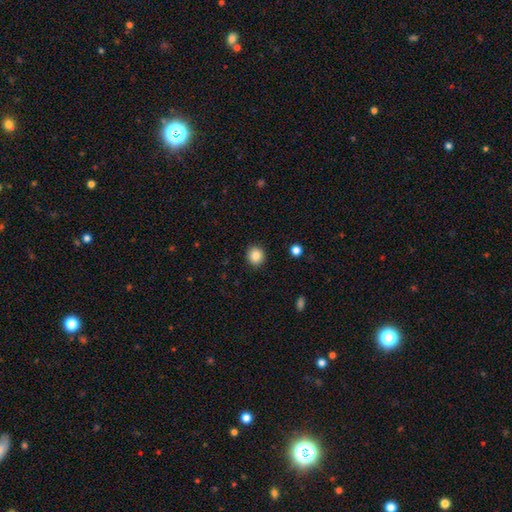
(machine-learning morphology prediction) smooth_or_featured: smooth (p=0.86) [alt: star or artifact p=0.09]
how_rounded: round (p=0.87) [alt: in between p=0.12]
merging: none (p=0.91) [alt: minor disturbance p=0.06]